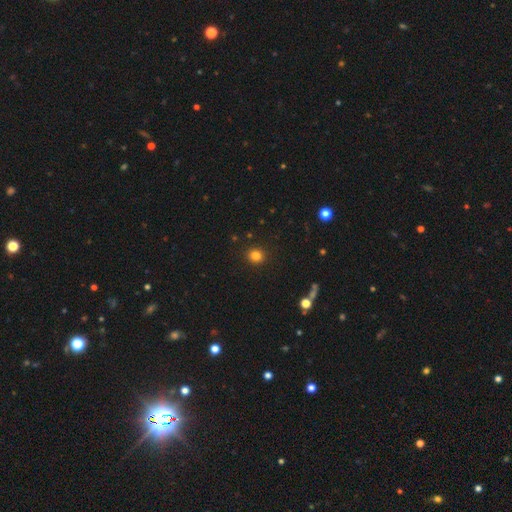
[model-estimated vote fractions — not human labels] A smooth galaxy with no disk features (82%) that is round (82%).

Vote fractions:
- Smooth or featured? smooth: 82% / star or artifact: 13% / featured or disk: 4%
- How rounded? round: 82% / in between: 17% / cigar-shaped: 1%
- Merging? none: 91% / minor disturbance: 6% / major disturbance: 2% / merger: 1%